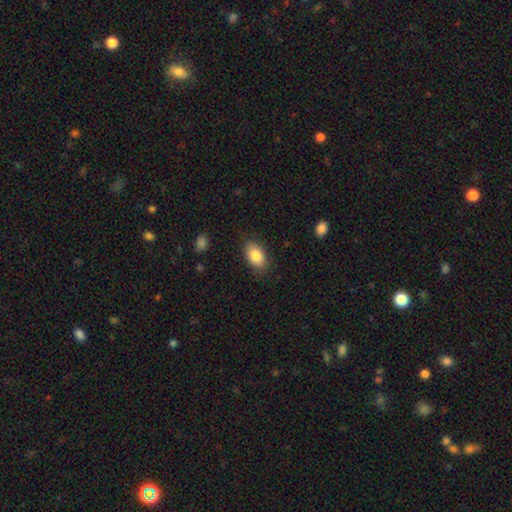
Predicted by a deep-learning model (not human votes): smooth_or_featured: smooth (p=0.84) [alt: featured or disk p=0.09]
how_rounded: in between (p=0.91) [alt: round p=0.07]
merging: none (p=0.85) [alt: minor disturbance p=0.11]